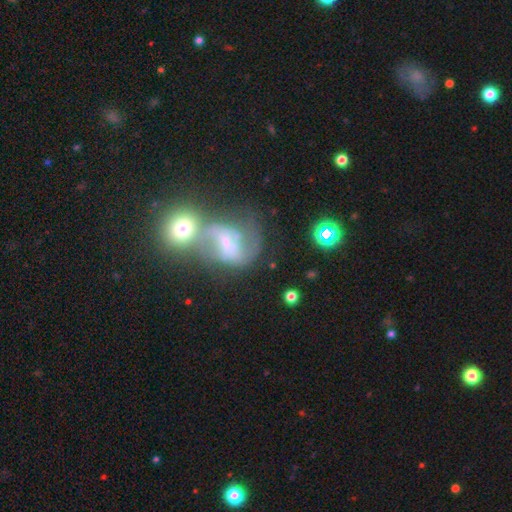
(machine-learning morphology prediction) Smooth or featured?
  - featured or disk: 72% *
  - smooth: 16%
  - star or artifact: 12%
Edge-on disk?
  - no: 96% *
  - yes: 4%
Bar?
  - weak: 46% *
  - strong: 29%
  - no: 25%
Spiral arms?
  - yes: 89% *
  - no: 11%
Spiral winding?
  - medium: 47% *
  - loose: 29%
  - tight: 25%
Spiral arm count?
  - 2: 74% *
  - can't tell: 12%
  - 1: 8%
  - 3: 3%
  - 4: 2%
  - more than 4: 2%
Bulge size?
  - small: 49% *
  - moderate: 37%
  - none: 7%
  - large: 5%
  - dominant: 2%
Merging?
  - merger: 50% *
  - none: 28%
  - minor disturbance: 11%
  - major disturbance: 10%